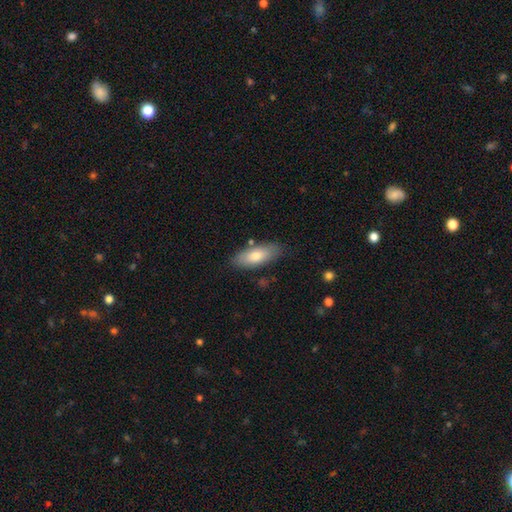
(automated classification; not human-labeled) Smooth or featured?
  - smooth: 77% *
  - featured or disk: 17%
  - star or artifact: 6%
How rounded?
  - in between: 77% *
  - cigar-shaped: 21%
  - round: 2%
Merging?
  - none: 81% *
  - minor disturbance: 13%
  - merger: 3%
  - major disturbance: 3%